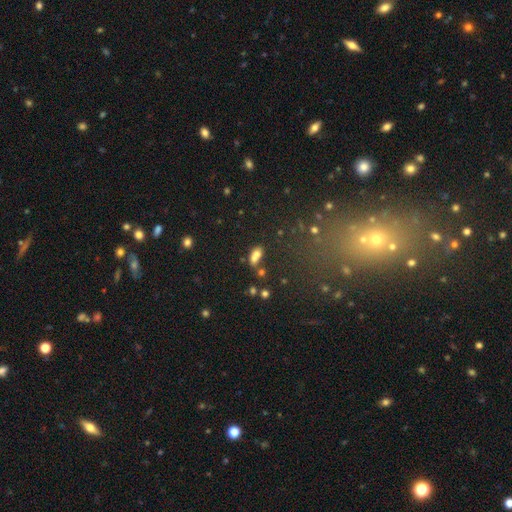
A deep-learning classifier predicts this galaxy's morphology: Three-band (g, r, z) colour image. It shows a smooth galaxy with no disk features (75%) that is in between round and cigar-shaped (82%). Merging: none (39%, tied with merger).